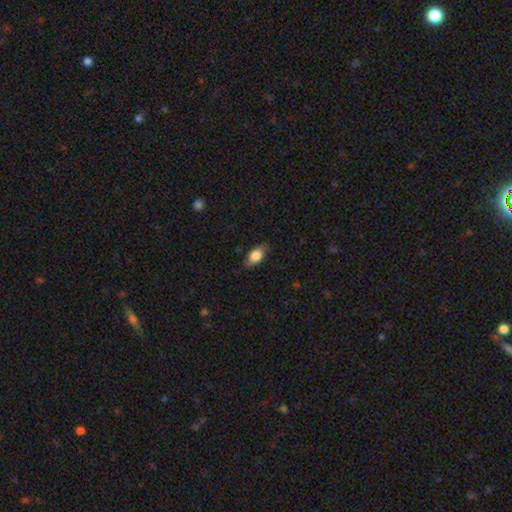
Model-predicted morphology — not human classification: Smooth or featured? Predicted: smooth (p=0.77). How rounded? Predicted: in between (p=0.86). Merging? Predicted: none (p=0.80).